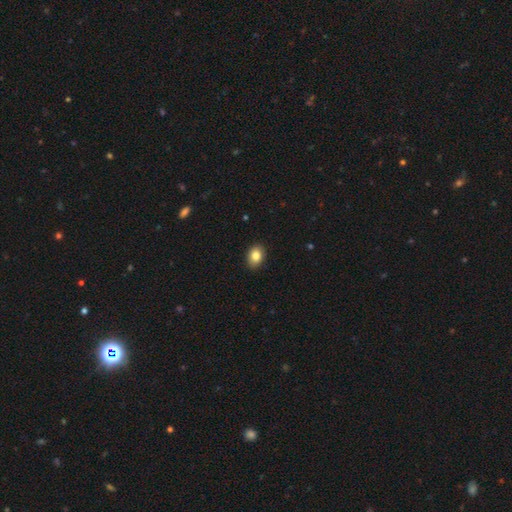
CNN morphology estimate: The model was most divided on "how rounded": in between: 74%, round: 25%, cigar-shaped: 1%. More confident: merging — none (90%); smooth or featured — smooth (84%).